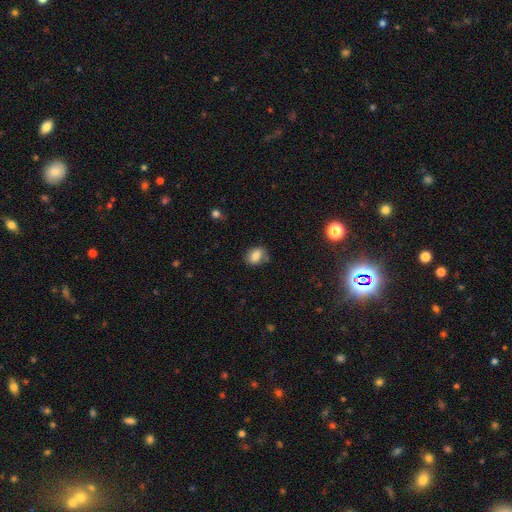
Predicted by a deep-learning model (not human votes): Q: Smooth or featured?
A: smooth (82%); runner-up: star or artifact (9%)
Q: How rounded?
A: in between (71%); runner-up: round (28%)
Q: Merging?
A: none (75%); runner-up: minor disturbance (17%)